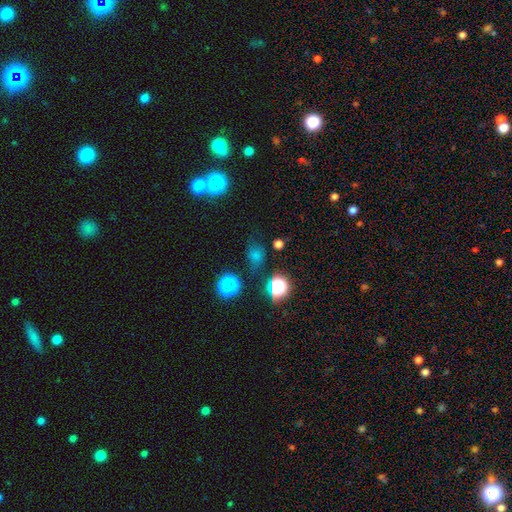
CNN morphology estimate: type=star or artifact (45%, tied with smooth).